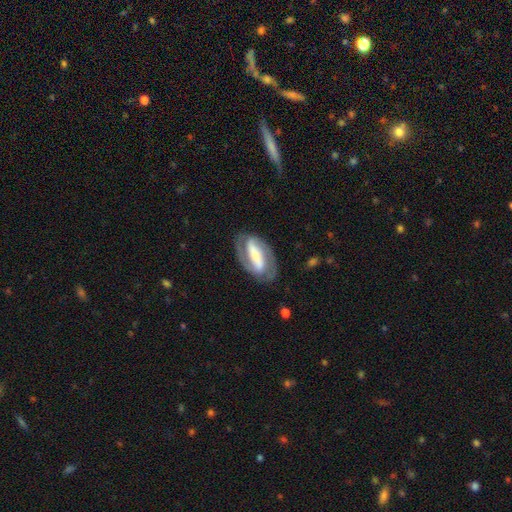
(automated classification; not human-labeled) This appears to be a featured or disk galaxy (83%) with a strong bar (76%), 2 (89%) tight (44%) spiral arms (91%) and a small central bulge (45%). Merging: none (80%).